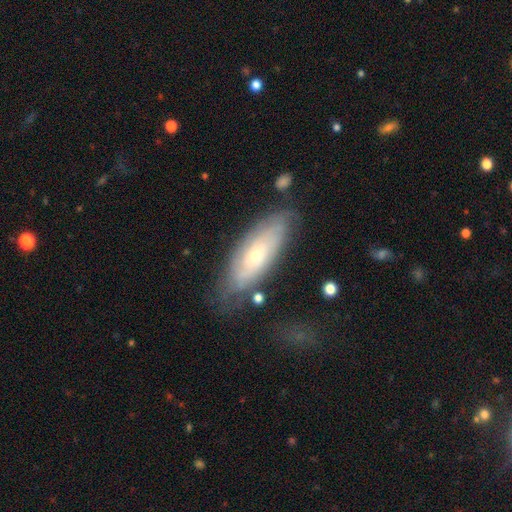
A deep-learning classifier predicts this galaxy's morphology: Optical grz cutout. It shows a featured or disk galaxy (55%). Merging: none (71%).